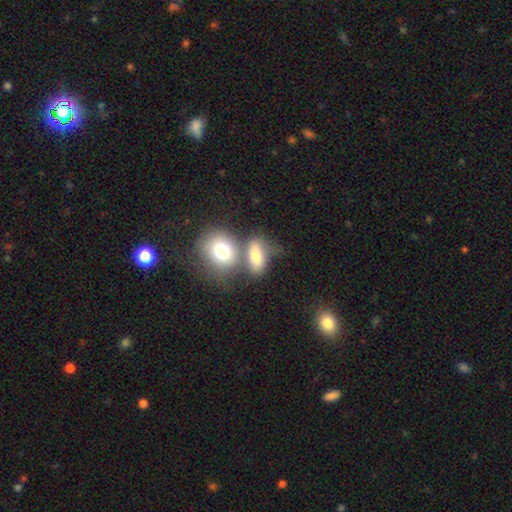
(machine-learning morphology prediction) Q: Smooth or featured?
A: smooth (75%); runner-up: featured or disk (16%)
Q: How rounded?
A: in between (74%); runner-up: round (21%)
Q: Merging?
A: merger (41%); runner-up: none (37%)